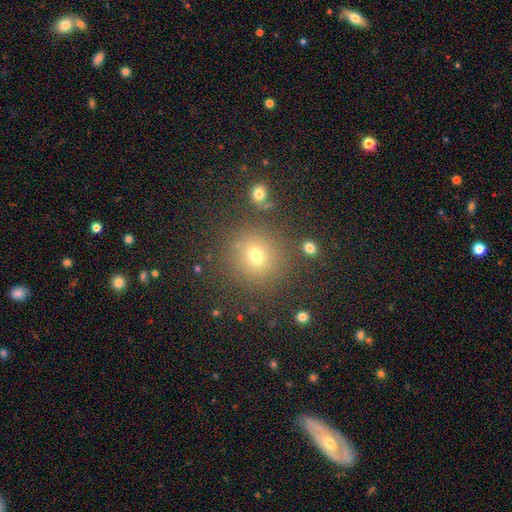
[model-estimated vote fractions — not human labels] This appears to be a smooth galaxy with no disk features (67%) that is round (92%). Merging: none (86%).